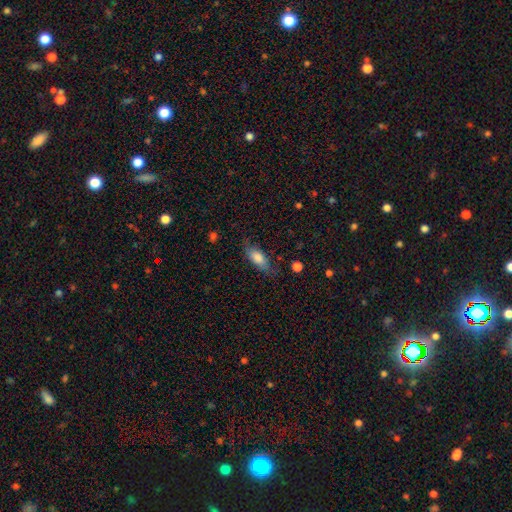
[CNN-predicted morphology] type=smooth (74%); roundness=in between (76%); merging=none (72%).